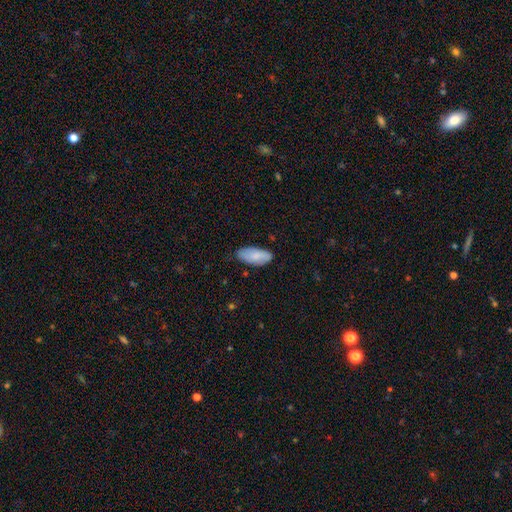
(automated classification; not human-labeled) smooth 82%, featured or disk 12%, star or artifact 6%. Down the decision tree: how rounded — in between (87%); merging — none (76%).